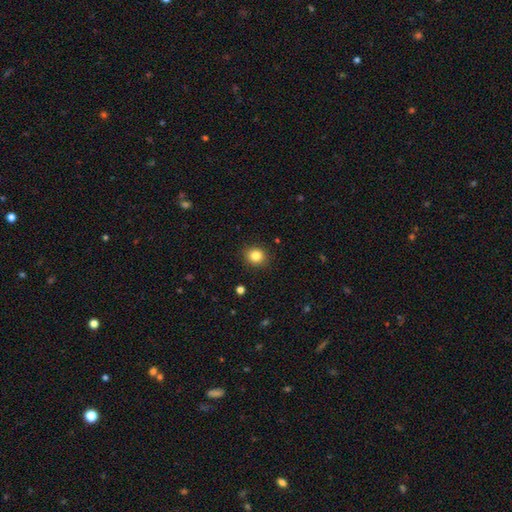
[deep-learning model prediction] smooth_or_featured: smooth (p=0.84) [alt: star or artifact p=0.11]
how_rounded: round (p=0.81) [alt: in between p=0.18]
merging: none (p=0.90) [alt: minor disturbance p=0.07]